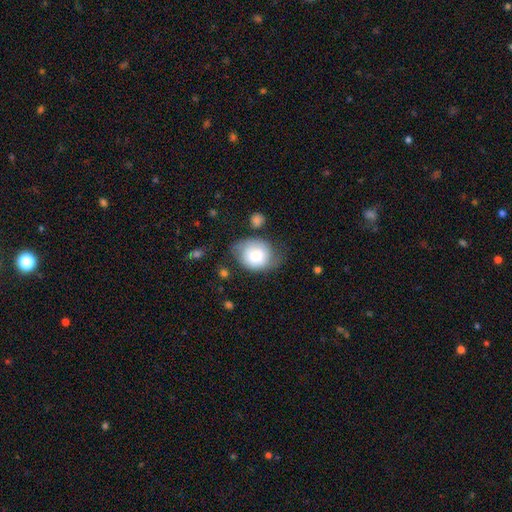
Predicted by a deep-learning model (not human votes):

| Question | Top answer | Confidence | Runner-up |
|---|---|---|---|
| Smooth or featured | smooth | 69% | featured or disk (24%) |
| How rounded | round | 52% | in between (48%) |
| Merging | none | 47% | minor disturbance (34%) |